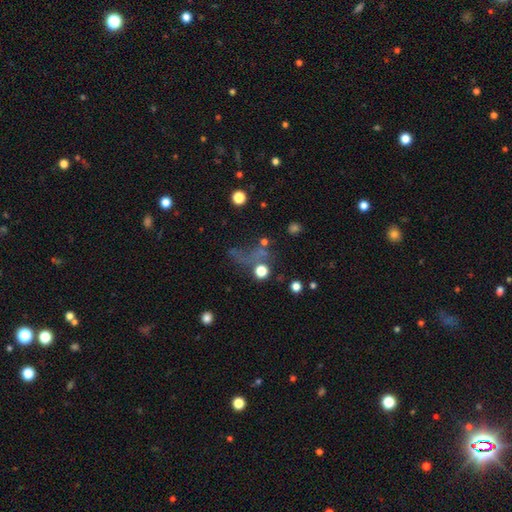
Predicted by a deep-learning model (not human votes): smooth-or-featured: star or artifact: 42% | smooth: 37% | featured or disk: 21%